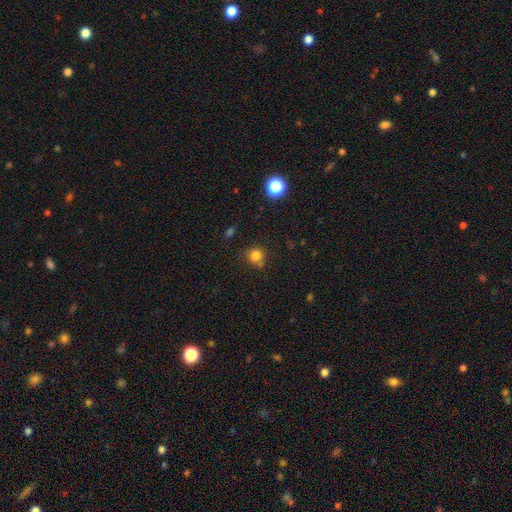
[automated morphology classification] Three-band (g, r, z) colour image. It shows a smooth galaxy with no disk features (81%) that is round (88%). Merging: none (73%).